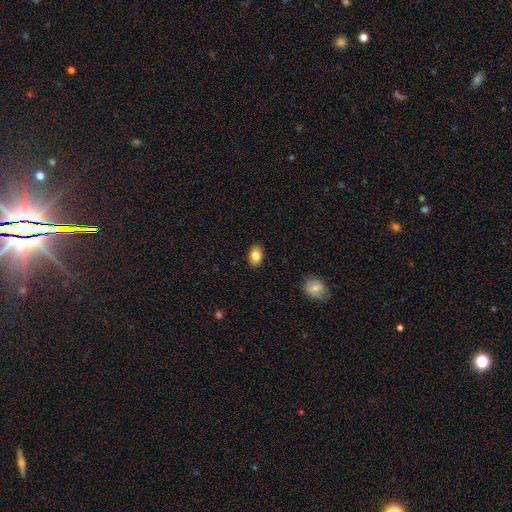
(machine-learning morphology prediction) This is clearly a smooth galaxy (84%). How rounded: clearly in between (84%). Merging: clearly none (89%).